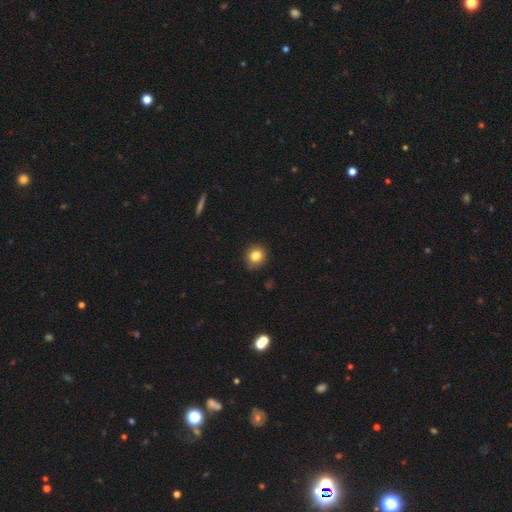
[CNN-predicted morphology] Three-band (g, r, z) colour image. It shows a smooth galaxy with no disk features (83%) that is round (81%). Merging: none (85%).